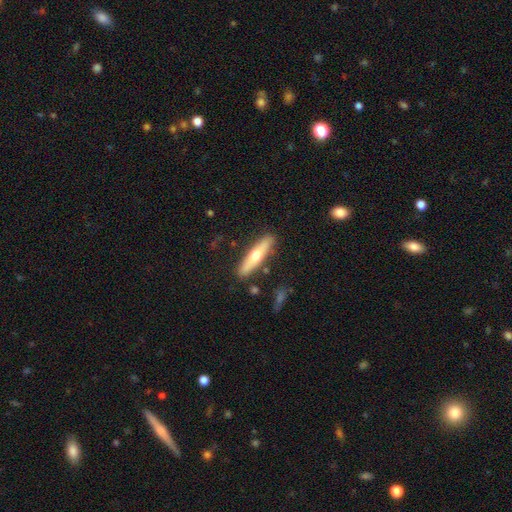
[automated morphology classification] This appears to be a smooth galaxy with no disk features (50%). Merging: none (86%).